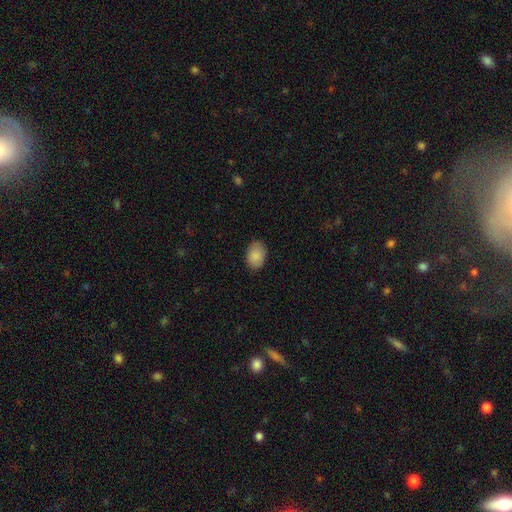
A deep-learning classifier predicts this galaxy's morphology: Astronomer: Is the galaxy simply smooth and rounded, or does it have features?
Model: smooth — 88%.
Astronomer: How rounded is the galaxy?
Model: in between — 81%.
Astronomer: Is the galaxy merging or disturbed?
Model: none — 85%.